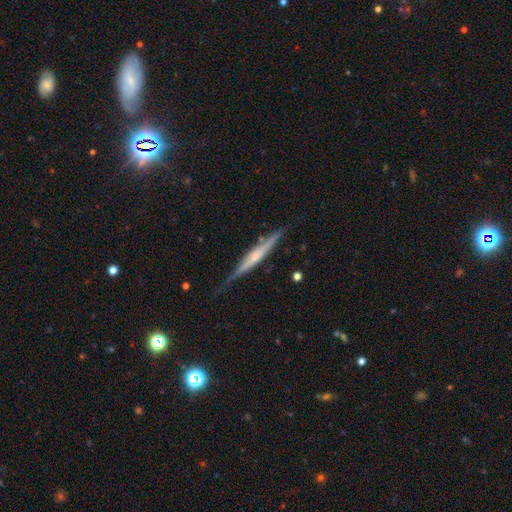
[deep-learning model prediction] Morphology: type=featured or disk (71%); edge-on=yes (97%); edge-on bulge=rounded (58%); merging=none (78%).